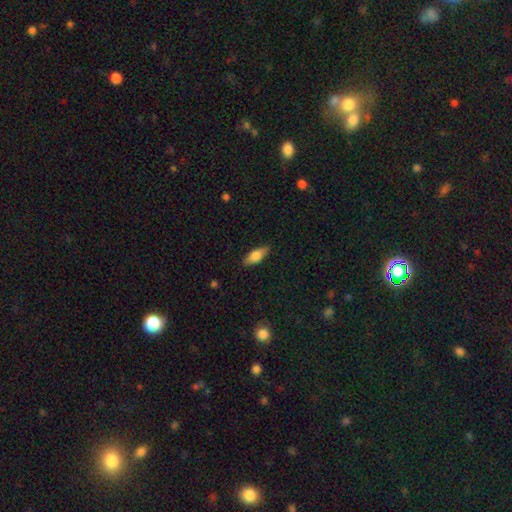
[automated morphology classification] A smooth galaxy with no disk features (72%) that is in between round and cigar-shaped (73%).

Vote fractions:
- Smooth or featured? smooth: 72% / featured or disk: 22% / star or artifact: 7%
- How rounded? in between: 73% / cigar-shaped: 24% / round: 3%
- Merging? none: 84% / minor disturbance: 12% / major disturbance: 2% / merger: 1%